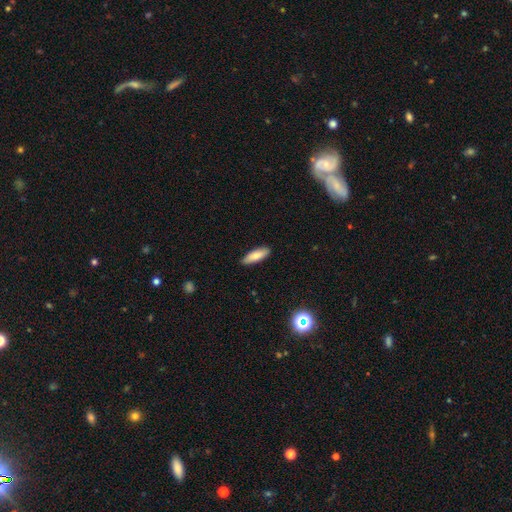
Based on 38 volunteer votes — A smooth galaxy with no disk features (79%) that is cigar-shaped (50%). Merging: none (97%).